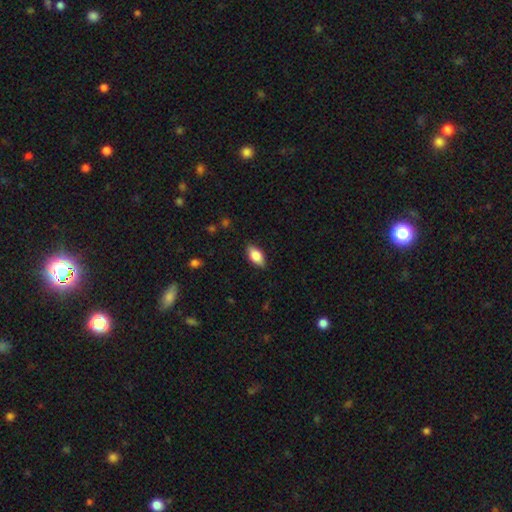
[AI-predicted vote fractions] This appears to be a smooth galaxy with no disk features (79%) that is in between round and cigar-shaped (89%). Merging: none (85%).